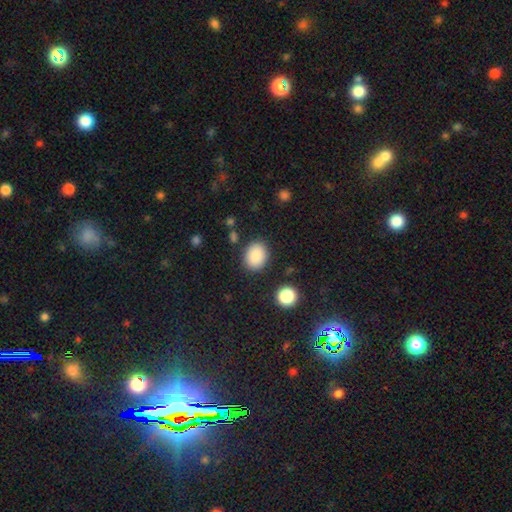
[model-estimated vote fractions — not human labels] A smooth galaxy with no disk features (87%) that is in between round and cigar-shaped (55%).

Vote fractions:
- Smooth or featured? smooth: 87% / star or artifact: 8% / featured or disk: 4%
- How rounded? in between: 55% / round: 44% / cigar-shaped: 1%
- Merging? none: 85% / minor disturbance: 9% / major disturbance: 3% / merger: 2%